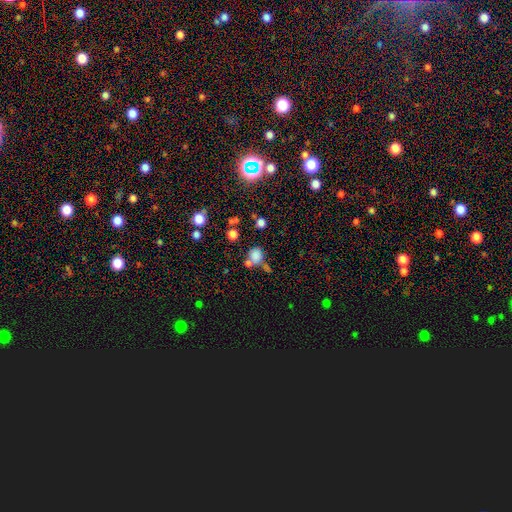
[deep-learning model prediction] This is likely a smooth galaxy (76%). How rounded: likely round (70%). Merging: marginally none (43%).